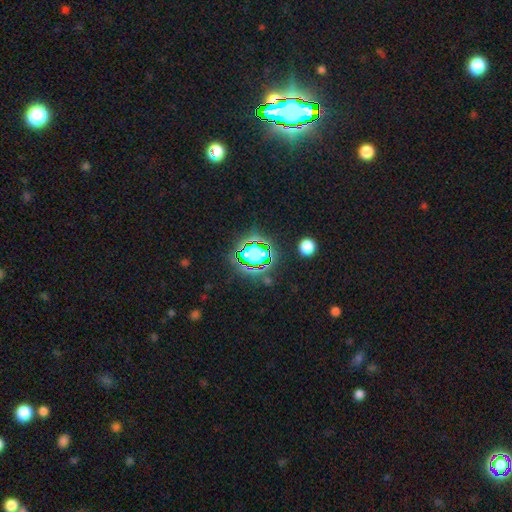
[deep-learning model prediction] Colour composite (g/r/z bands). It shows a star or artifact, not a galaxy (80%).